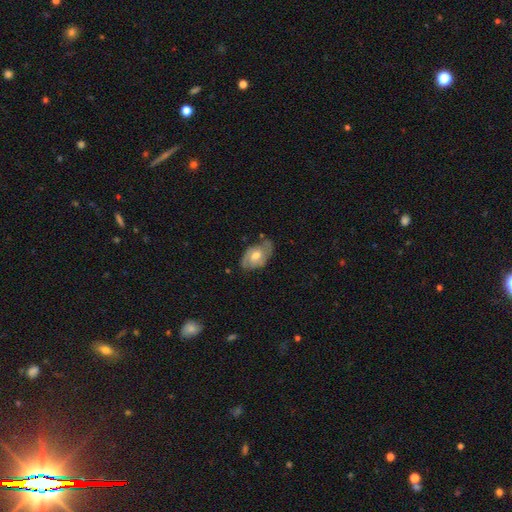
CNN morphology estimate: featured or disk 56%, smooth 37%, star or artifact 7%. Down the decision tree: edge-on disk — no (93%); bar — no (63%); spiral arms — yes (72%); bulge size — moderate (71%); merging — none (60%).